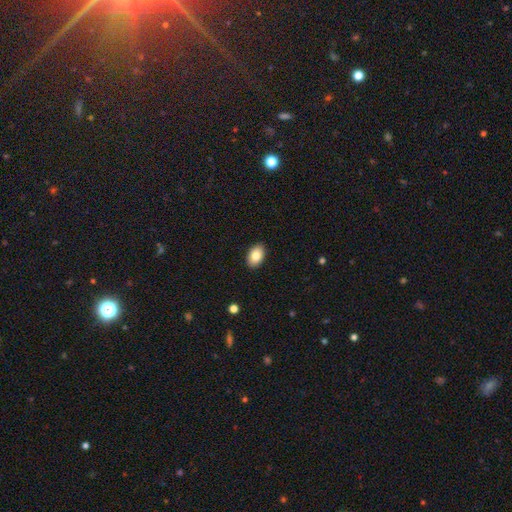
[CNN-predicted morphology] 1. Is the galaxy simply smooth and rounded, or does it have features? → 82% smooth, 10% featured or disk, 7% star or artifact.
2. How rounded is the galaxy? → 90% in between, 9% round, 1% cigar-shaped.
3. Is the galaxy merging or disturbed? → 90% none, 7% minor disturbance, 2% major disturbance, 1% merger.